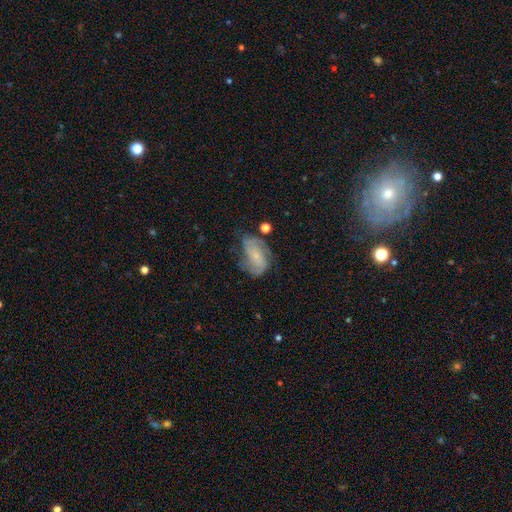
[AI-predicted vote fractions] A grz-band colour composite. It shows a featured or disk galaxy (70%) with no bar (49%), 2 (61%) medium (44%) spiral arms (91%) and a small central bulge (68%). Merging: none (54%).